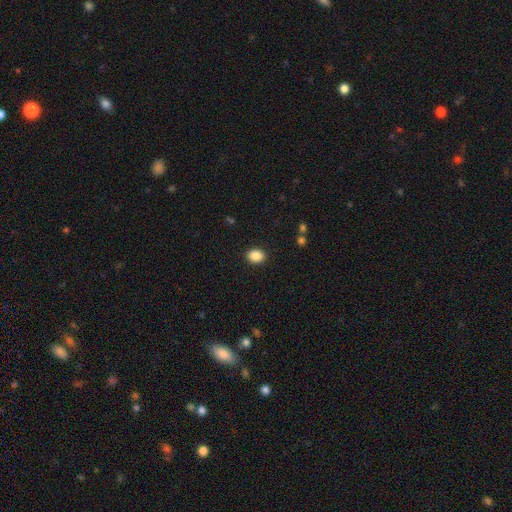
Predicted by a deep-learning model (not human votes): smooth-or-featured: smooth: 88% | star or artifact: 8% | featured or disk: 4%
  how-rounded: in between: 60% | round: 39% | cigar-shaped: 1%
  merging: none: 90% | minor disturbance: 6% | major disturbance: 2% | merger: 1%